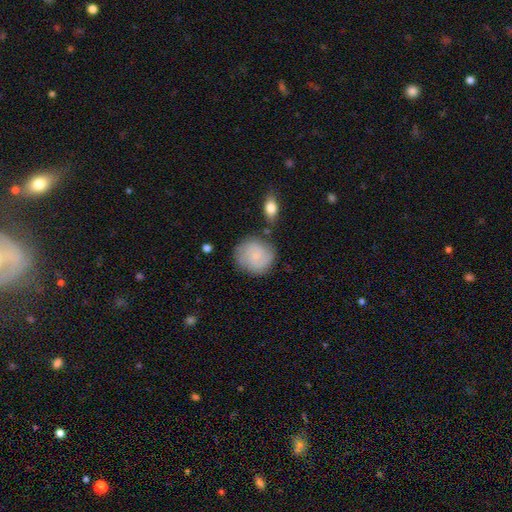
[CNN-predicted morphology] Smooth or featured? Predicted: smooth (p=0.48). Merging? Predicted: none (p=0.77).